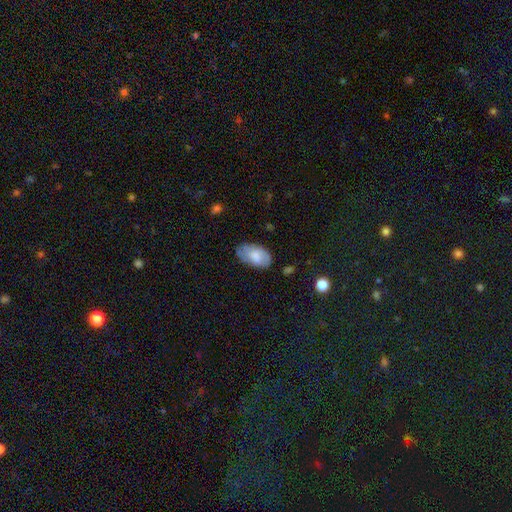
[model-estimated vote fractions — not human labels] The model was most divided on "merging": none: 69%, minor disturbance: 24%, major disturbance: 5%, merger: 2%. More confident: how rounded — in between (95%); smooth or featured — smooth (73%).